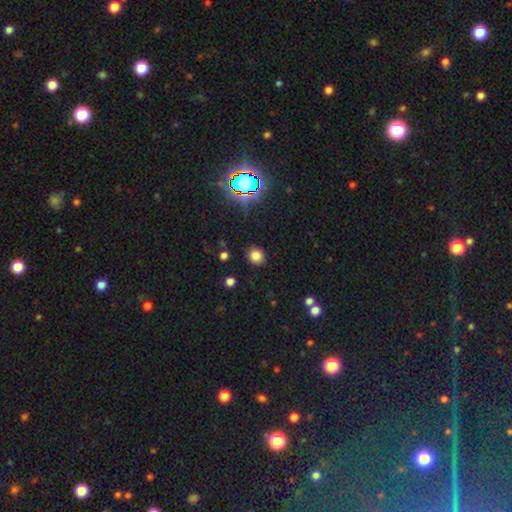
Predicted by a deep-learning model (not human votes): Overall: smooth (77%). How rounded: round (81%). Merging: none (89%).